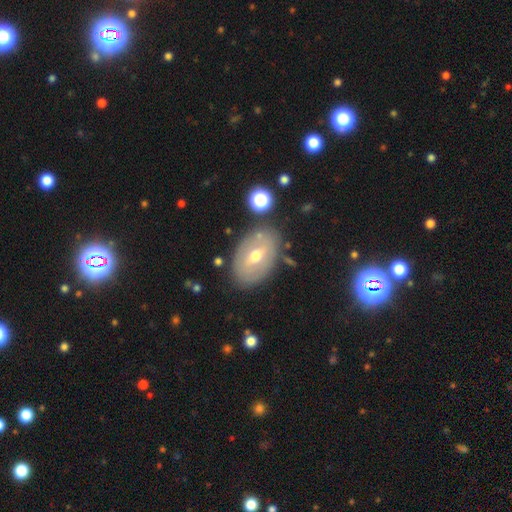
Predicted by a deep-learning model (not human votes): smooth_or_featured: featured or disk (p=0.52) [alt: smooth p=0.37]
disk_edge_on: no (p=0.90) [alt: yes p=0.10]
merging: none (p=0.81) [alt: minor disturbance p=0.13]